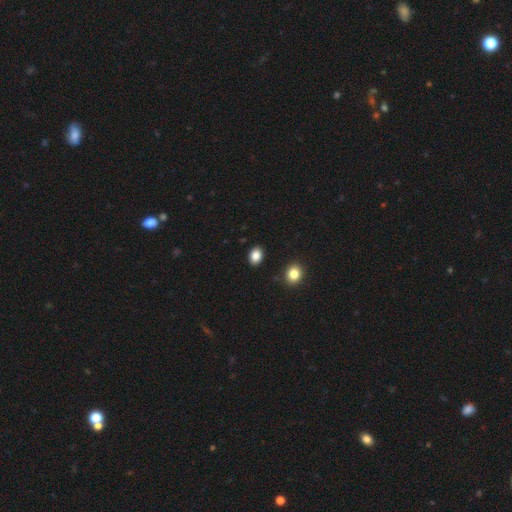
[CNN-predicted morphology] Smooth or featured? Predicted: smooth (p=0.86). How rounded? Predicted: in between (p=0.71). Merging? Predicted: none (p=0.89).